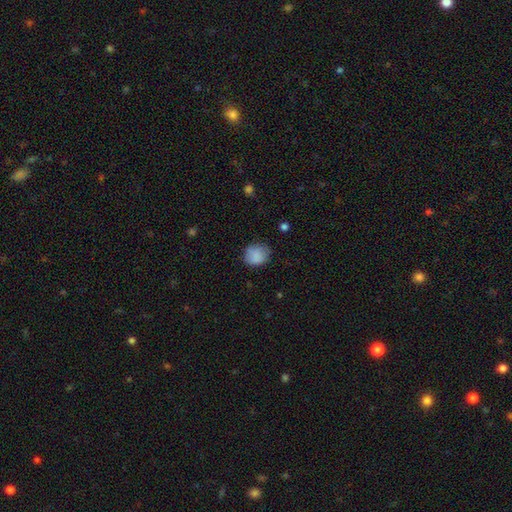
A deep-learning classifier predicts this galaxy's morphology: Q: Smooth or featured?
A: smooth (86%); runner-up: star or artifact (8%)
Q: How rounded?
A: round (74%); runner-up: in between (25%)
Q: Merging?
A: none (73%); runner-up: minor disturbance (21%)